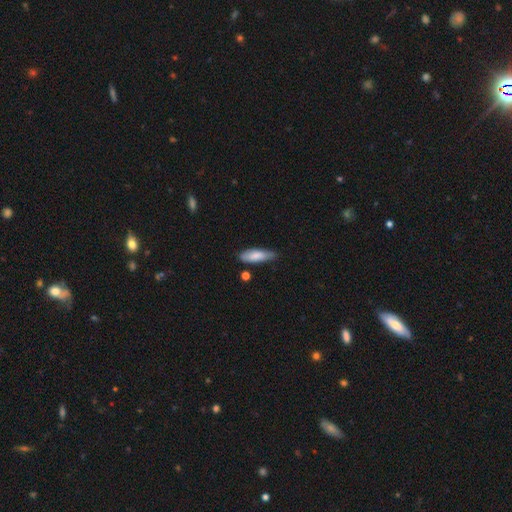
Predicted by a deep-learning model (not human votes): A smooth galaxy with no disk features (81%) that is cigar-shaped (52%). Merging: none (66%).